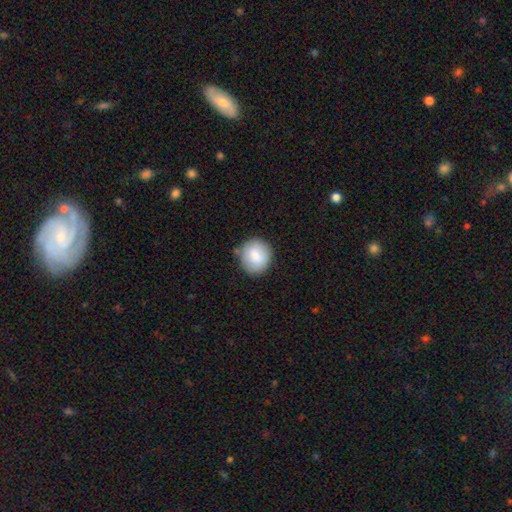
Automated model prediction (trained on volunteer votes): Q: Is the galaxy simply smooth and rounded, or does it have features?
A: smooth — 82%.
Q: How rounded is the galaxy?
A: round — 85%.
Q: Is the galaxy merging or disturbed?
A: none — 81%.